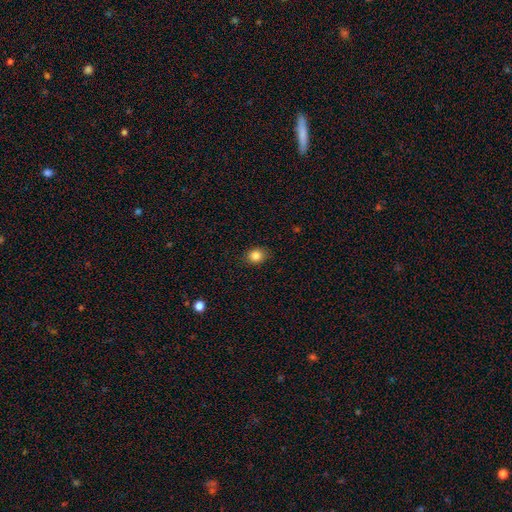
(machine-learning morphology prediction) Smooth or featured? smooth (85%)
How rounded? round (64%)
Merging? none (88%)